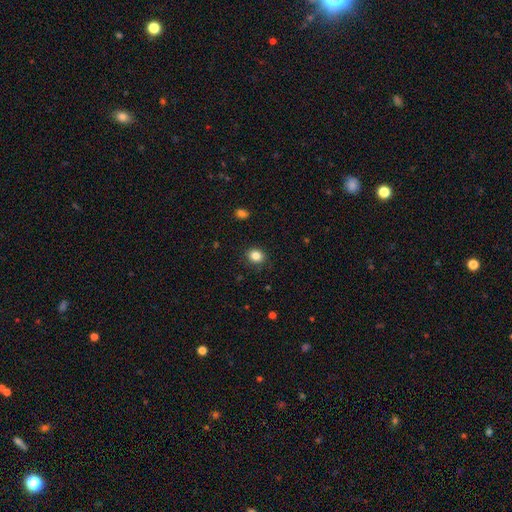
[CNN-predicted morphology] A smooth galaxy with no disk features (85%) that is round (64%). Merging: none (88%).